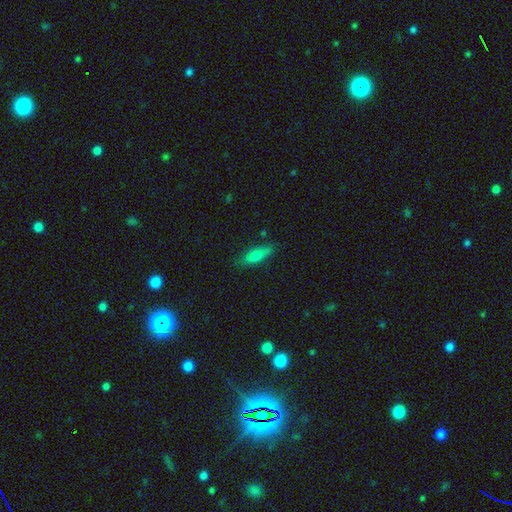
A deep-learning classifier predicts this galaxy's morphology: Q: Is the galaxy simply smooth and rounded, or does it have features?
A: smooth — 69%.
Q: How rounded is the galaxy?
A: cigar-shaped — 58%.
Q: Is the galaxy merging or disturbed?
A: none — 82%.